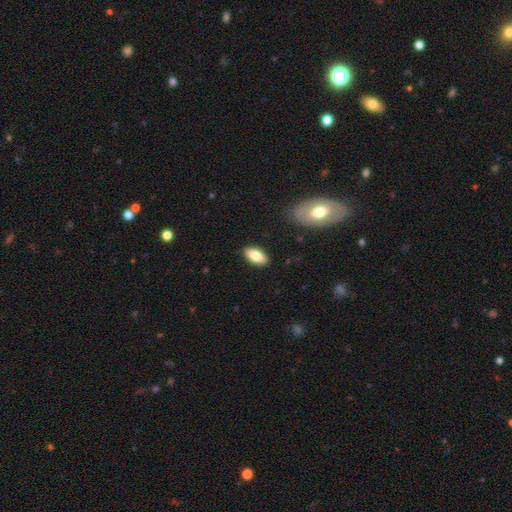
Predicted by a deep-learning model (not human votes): smooth 79%, featured or disk 14%, star or artifact 6%. Down the decision tree: how rounded — in between (90%); merging — none (88%).